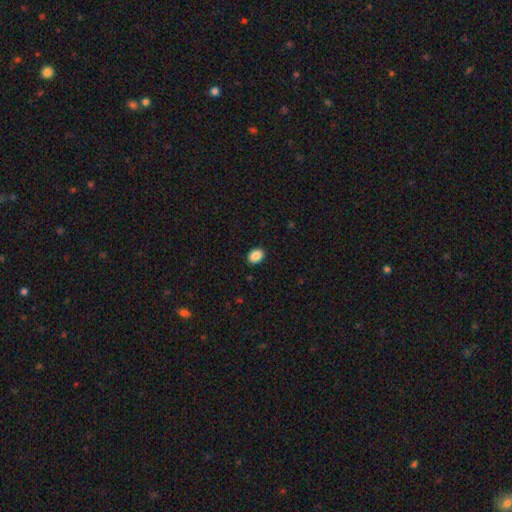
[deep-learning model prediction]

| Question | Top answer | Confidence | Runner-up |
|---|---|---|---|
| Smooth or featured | smooth | 88% | star or artifact (8%) |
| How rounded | in between | 68% | round (31%) |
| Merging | none | 90% | minor disturbance (7%) |